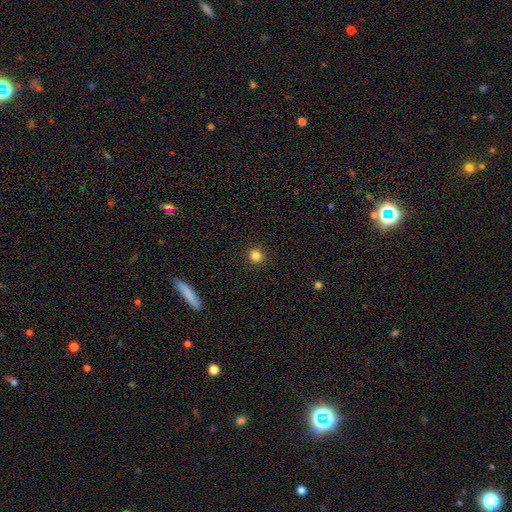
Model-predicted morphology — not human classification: smooth_or_featured: smooth (p=0.84) [alt: star or artifact p=0.12]
how_rounded: round (p=0.93) [alt: in between p=0.06]
merging: none (p=0.92) [alt: minor disturbance p=0.05]